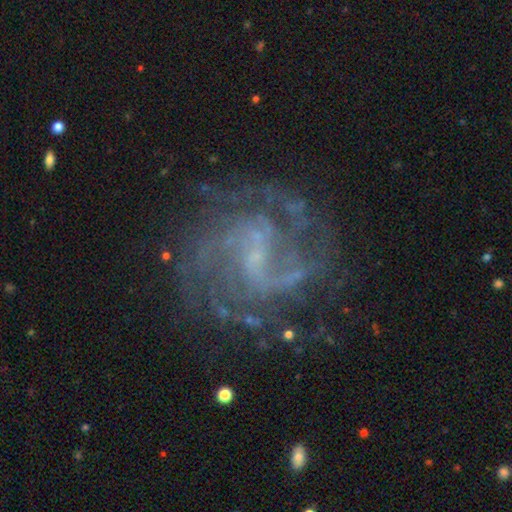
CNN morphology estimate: Overall: featured or disk (87%). Edge-on disk: no (98%). Bar: weak (55%; no 28%). Spiral arms: yes (96%). Spiral arm count: 2 (41%; can't tell 21%). Spiral winding: medium (49%; tight 35%). Bulge size: small (63%; none 24%). Merging: none (74%).